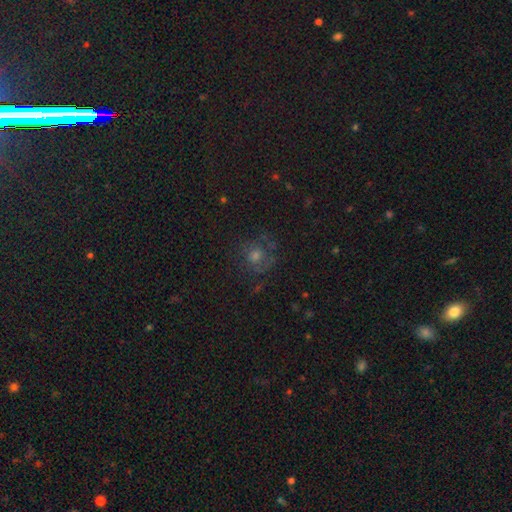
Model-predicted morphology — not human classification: Overall: smooth (41%; featured or disk 31%). Merging: none (67%).